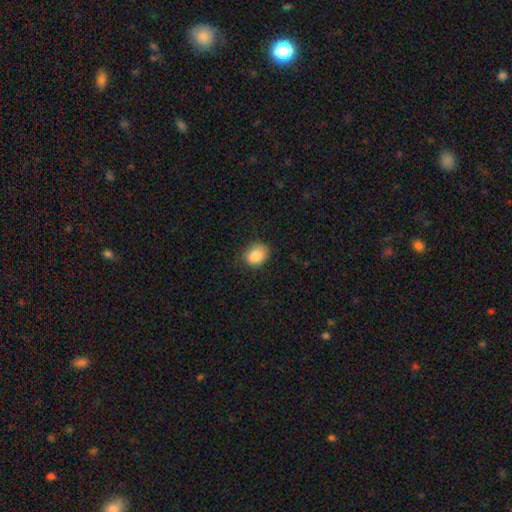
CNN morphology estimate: This is clearly a smooth galaxy (86%). How rounded: possibly in between (53%). Merging: likely none (74%).